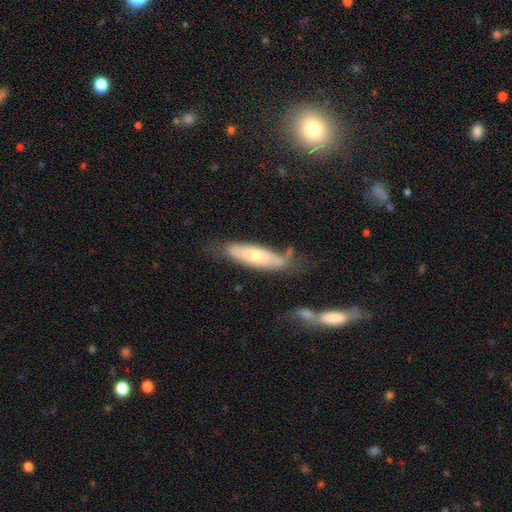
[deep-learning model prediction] smooth 55%, featured or disk 38%, star or artifact 6%. Down the decision tree: how rounded — cigar-shaped (54%); merging — none (54%).